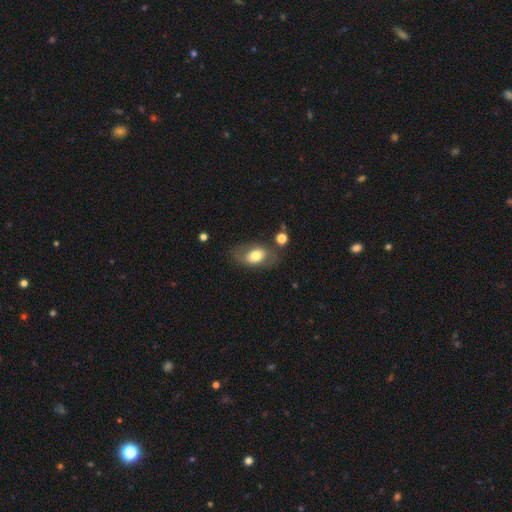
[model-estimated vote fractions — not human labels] A smooth galaxy with no disk features (64%) that is in between round and cigar-shaped (85%). Merging: none (68%).